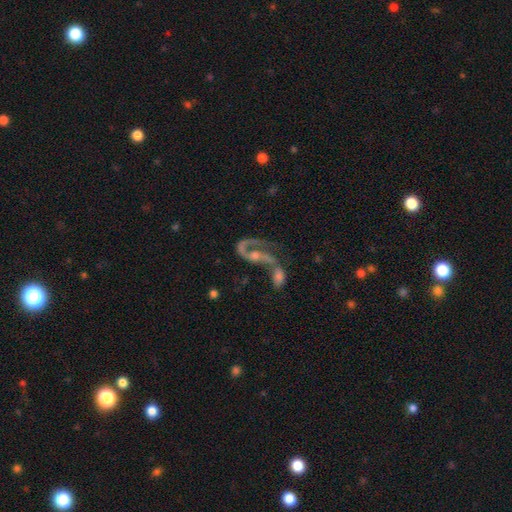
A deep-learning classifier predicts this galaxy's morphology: This is likely a featured or disk galaxy (77%). It is clearly not viewed edge-on (94%). Bar: possibly no (55%). Spiral arm pattern: clearly yes (84%). Spiral arm count: possibly 2 (48%). Spiral winding: likely loose (63%). Central bulge: marginally moderate (39%). Merging: possibly merger (54%).